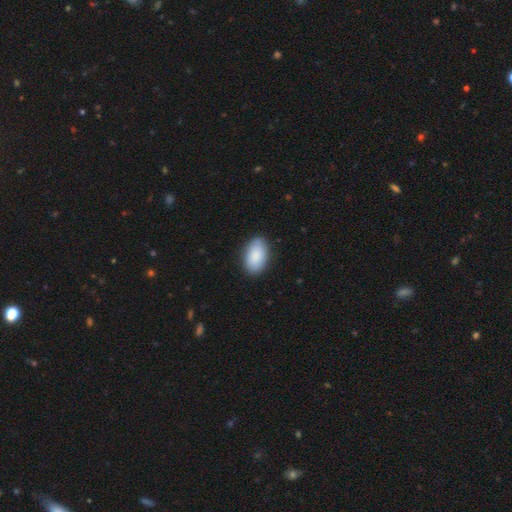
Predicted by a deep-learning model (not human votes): smooth_or_featured: smooth (p=0.89) [alt: featured or disk p=0.06]
how_rounded: in between (p=0.94) [alt: round p=0.05]
merging: none (p=0.87) [alt: minor disturbance p=0.10]